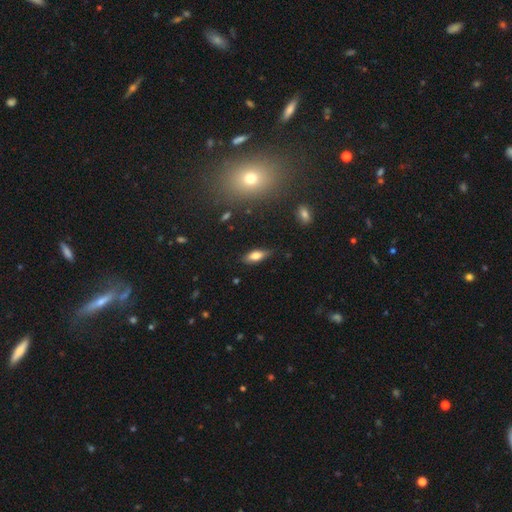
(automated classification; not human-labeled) A smooth galaxy with no disk features (70%) that is in between round and cigar-shaped (75%).

Vote fractions:
- Smooth or featured? smooth: 70% / featured or disk: 21% / star or artifact: 8%
- How rounded? in between: 75% / cigar-shaped: 22% / round: 3%
- Merging? none: 75% / minor disturbance: 19% / major disturbance: 4% / merger: 2%